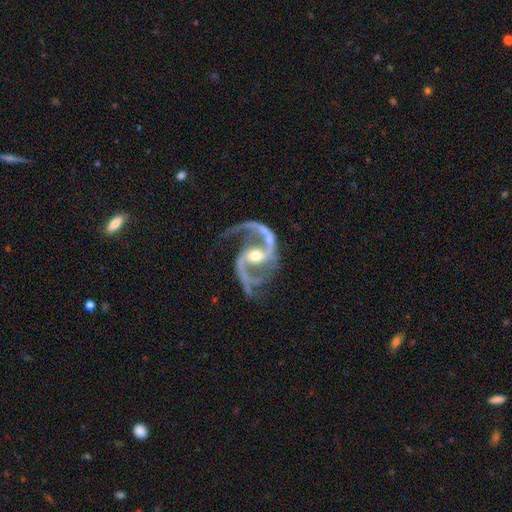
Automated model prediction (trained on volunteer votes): Smooth or featured?
  - featured or disk: 93% *
  - star or artifact: 4%
  - smooth: 2%
Edge-on disk?
  - no: 98% *
  - yes: 2%
Bar?
  - weak: 38% *
  - strong: 35%
  - no: 28%
Spiral arms?
  - yes: 98% *
  - no: 2%
Spiral winding?
  - medium: 50% *
  - loose: 41%
  - tight: 9%
Spiral arm count?
  - 2: 93% *
  - 3: 2%
  - 1: 1%
  - can't tell: 1%
  - 4: 1%
  - more than 4: 1%
Bulge size?
  - moderate: 61% *
  - small: 34%
  - large: 3%
  - none: 1%
  - dominant: 1%
Merging?
  - none: 62% *
  - minor disturbance: 18%
  - major disturbance: 14%
  - merger: 6%